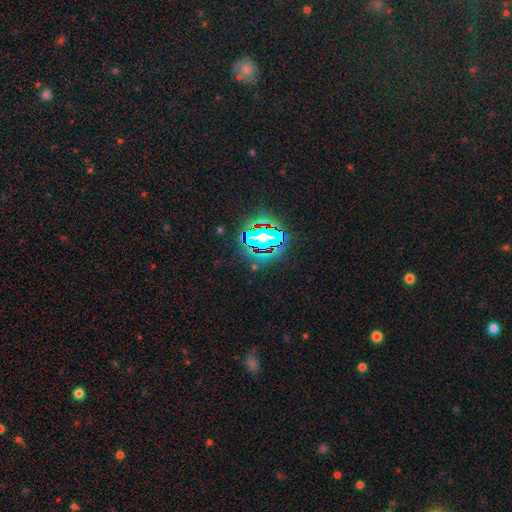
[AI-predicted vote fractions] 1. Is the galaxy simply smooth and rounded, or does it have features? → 81% star or artifact, 11% smooth, 8% featured or disk.